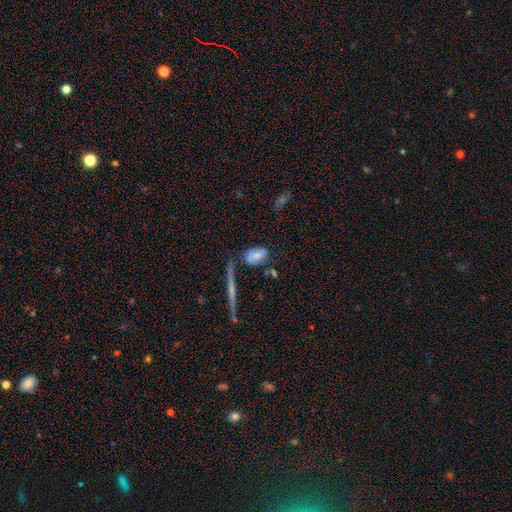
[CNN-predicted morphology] Overall: smooth (66%; featured or disk 26%). How rounded: in between (86%). Merging: none (61%; minor disturbance 23%).